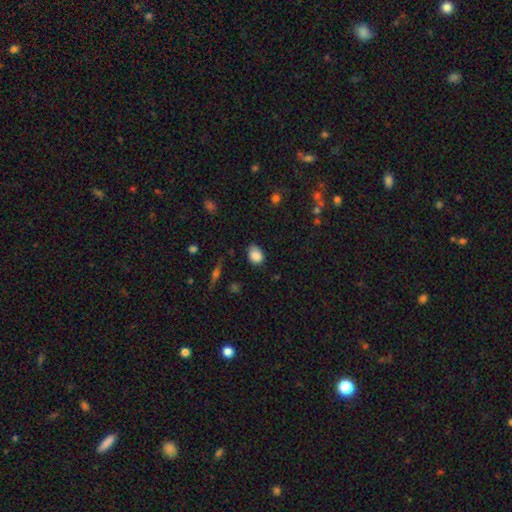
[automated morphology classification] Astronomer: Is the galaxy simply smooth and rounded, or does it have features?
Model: smooth — 86%.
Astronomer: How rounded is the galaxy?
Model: in between — 72%.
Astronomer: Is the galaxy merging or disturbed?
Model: none — 69%.